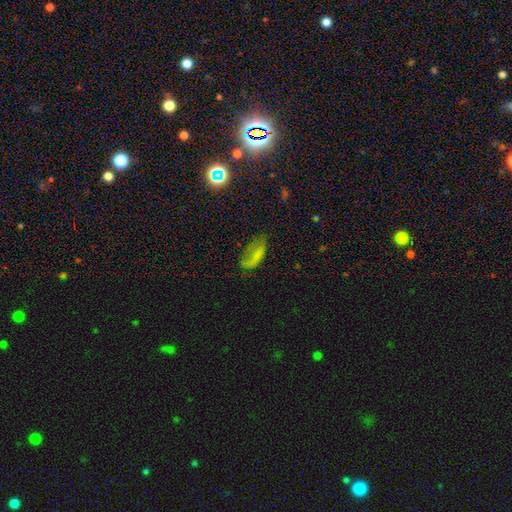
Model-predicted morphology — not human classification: Smooth or featured: smooth — 53% (featured or disk — 29%)
How rounded: in between — 77% (cigar-shaped — 18%)
Merging: none — 38% (minor disturbance — 30%)